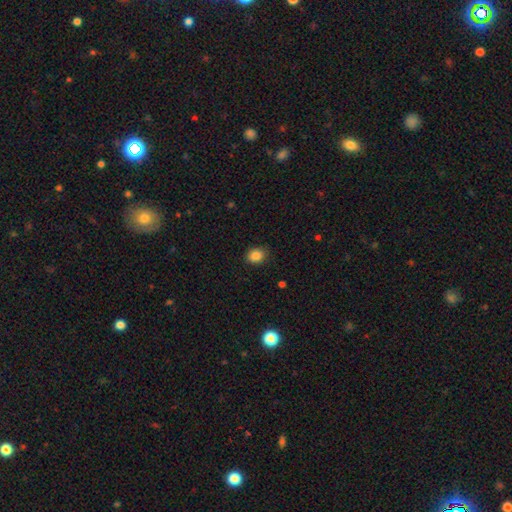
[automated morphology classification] This appears to be a smooth galaxy with no disk features (86%) that is round (56%). Merging: none (87%).